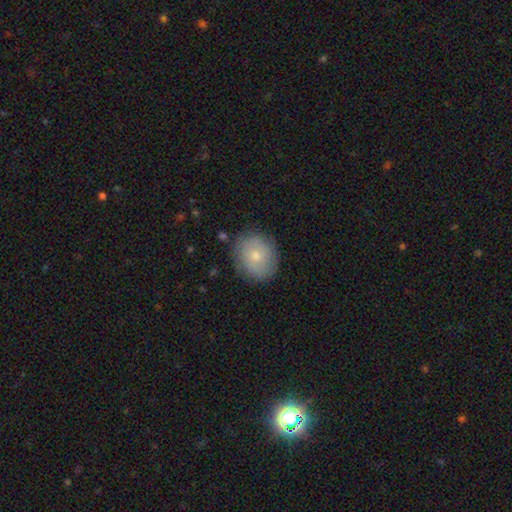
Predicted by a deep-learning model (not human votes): This appears to be a smooth galaxy with no disk features (68%) that is round (66%). Merging: none (82%).